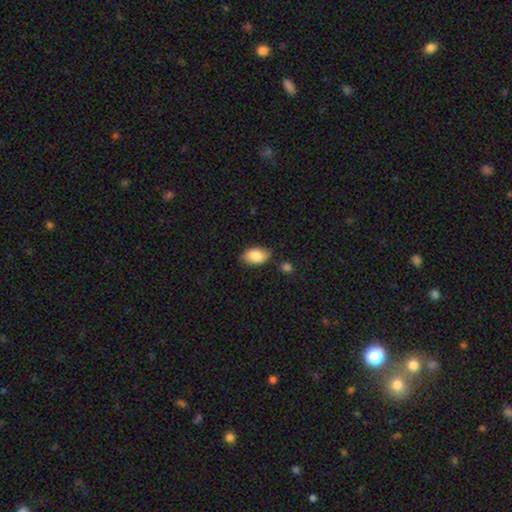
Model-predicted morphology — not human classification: Q: Smooth or featured?
A: smooth (85%); runner-up: featured or disk (8%)
Q: How rounded?
A: in between (91%); runner-up: round (7%)
Q: Merging?
A: none (77%); runner-up: minor disturbance (17%)